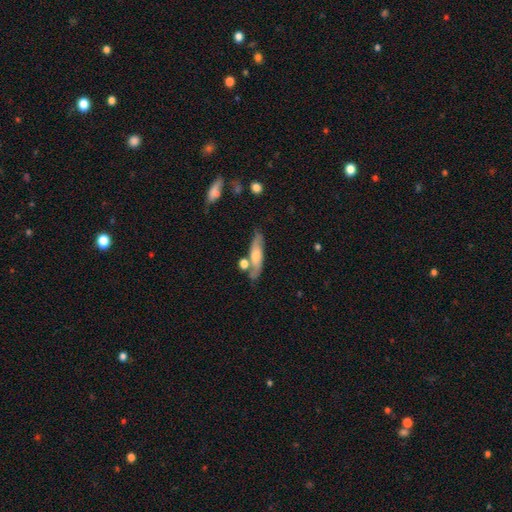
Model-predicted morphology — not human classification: Smooth or featured? smooth (49%)
Merging? none (63%)